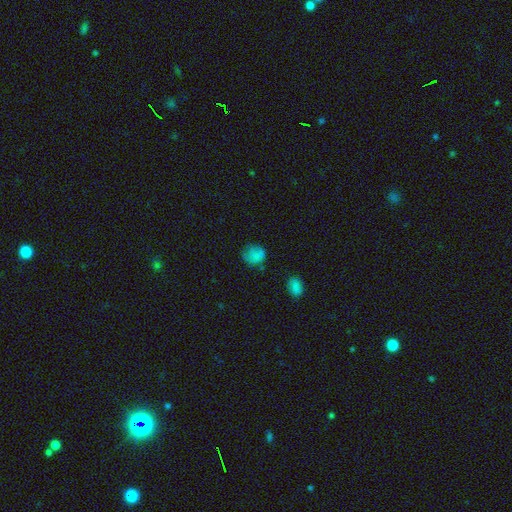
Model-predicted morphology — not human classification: This appears to be a smooth galaxy with no disk features (79%) that is round (76%). Merging: none (65%).